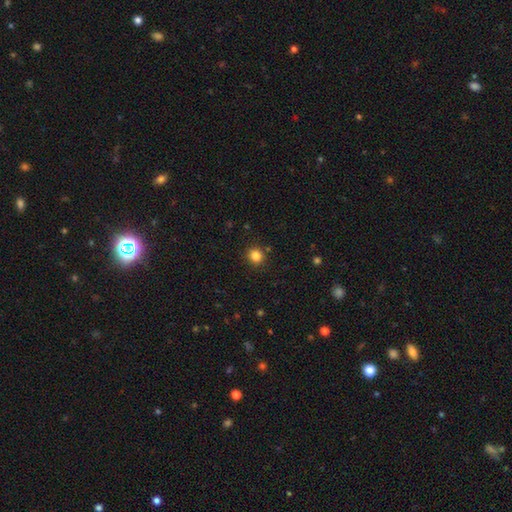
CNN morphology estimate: A smooth galaxy with no disk features (83%) that is round (88%). Merging: none (89%).